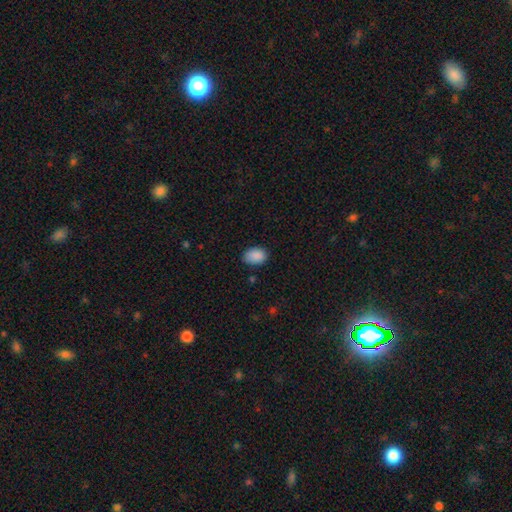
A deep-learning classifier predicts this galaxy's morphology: Smooth or featured? smooth (89%)
How rounded? in between (83%)
Merging? none (82%)